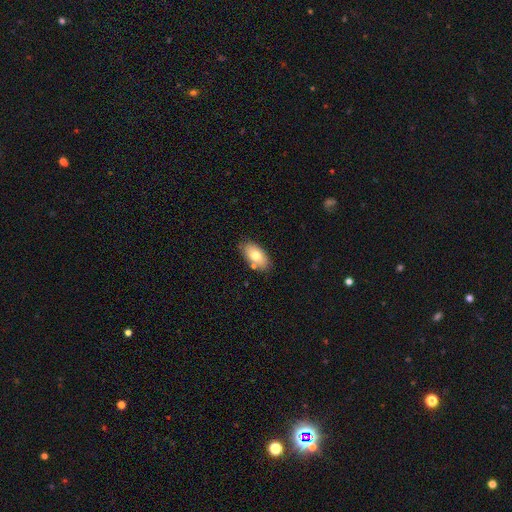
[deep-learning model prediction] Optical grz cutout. It shows a smooth galaxy with no disk features (75%) that is in between round and cigar-shaped (92%). Merging: none (77%).